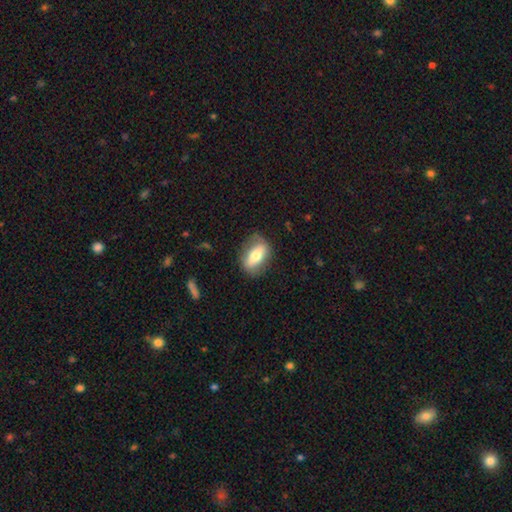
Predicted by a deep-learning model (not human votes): This is possibly a smooth galaxy (59%). How rounded: clearly in between (81%). Merging: likely none (77%).